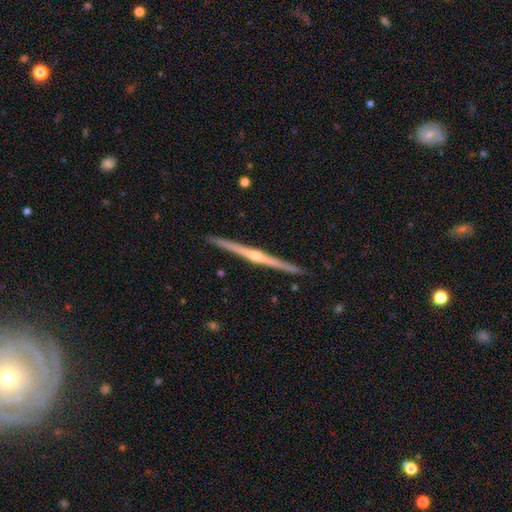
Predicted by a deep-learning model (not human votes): Smooth or featured?
  - featured or disk: 84% *
  - smooth: 11%
  - star or artifact: 5%
Edge-on disk?
  - yes: 99% *
  - no: 1%
Edge-on bulge?
  - rounded: 87% *
  - none: 9%
  - boxy: 3%
Merging?
  - none: 92% *
  - minor disturbance: 6%
  - merger: 1%
  - major disturbance: 1%